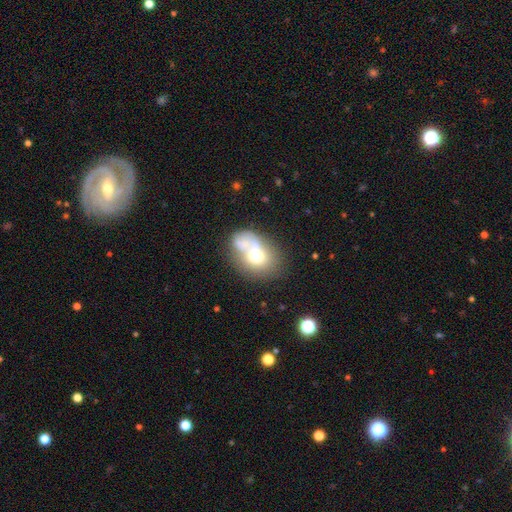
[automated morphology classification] Smooth or featured: smooth — 61% (featured or disk — 28%)
How rounded: in between — 56% (round — 43%)
Merging: merger — 45% (none — 26%)